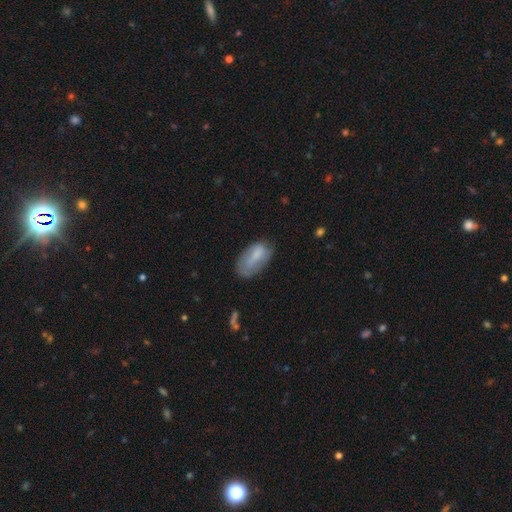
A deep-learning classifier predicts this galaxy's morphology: Smooth or featured? smooth (73%)
How rounded? in between (93%)
Merging? none (54%)